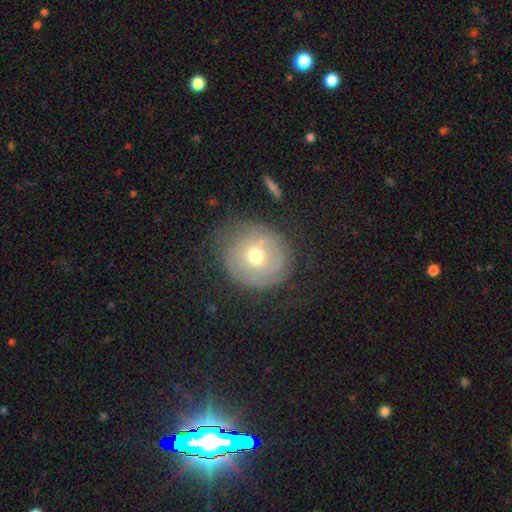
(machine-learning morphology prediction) The model was most divided on "smooth or featured": smooth: 50%, featured or disk: 40%, star or artifact: 10%. More confident: merging — none (65%).